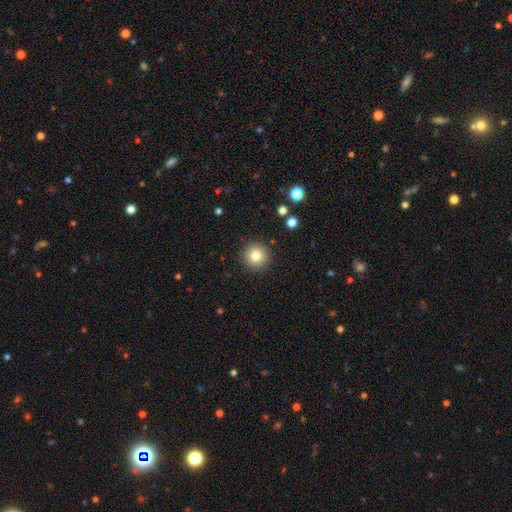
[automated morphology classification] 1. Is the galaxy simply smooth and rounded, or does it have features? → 80% smooth, 11% star or artifact, 9% featured or disk.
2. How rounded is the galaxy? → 96% round, 3% in between, 1% cigar-shaped.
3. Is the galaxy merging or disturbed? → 91% none, 5% minor disturbance, 2% major disturbance, 1% merger.